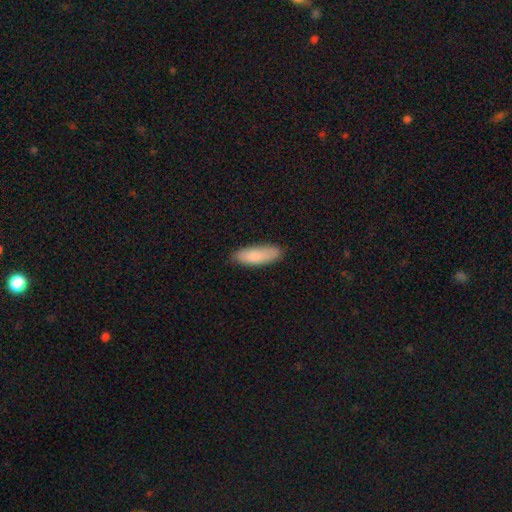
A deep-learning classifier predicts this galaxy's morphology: smooth-or-featured: smooth: 86% | featured or disk: 8% | star or artifact: 6%
  how-rounded: in between: 59% | cigar-shaped: 39% | round: 2%
  merging: none: 83% | minor disturbance: 14% | major disturbance: 2% | merger: 1%